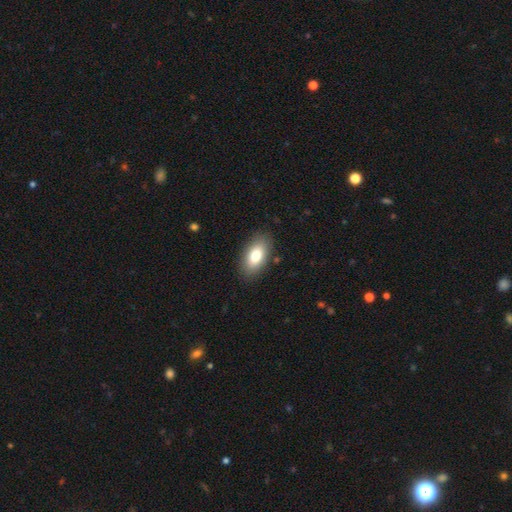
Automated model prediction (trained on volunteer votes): smooth_or_featured: smooth (p=0.80) [alt: featured or disk p=0.13]
how_rounded: in between (p=0.92) [alt: cigar-shaped p=0.04]
merging: none (p=0.86) [alt: minor disturbance p=0.10]